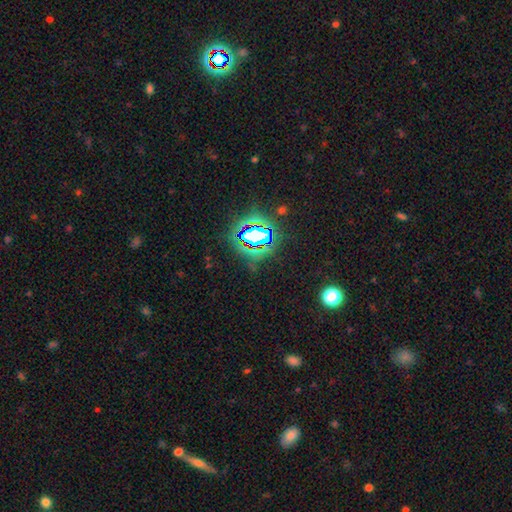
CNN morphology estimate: Smooth or featured? star or artifact (80%)